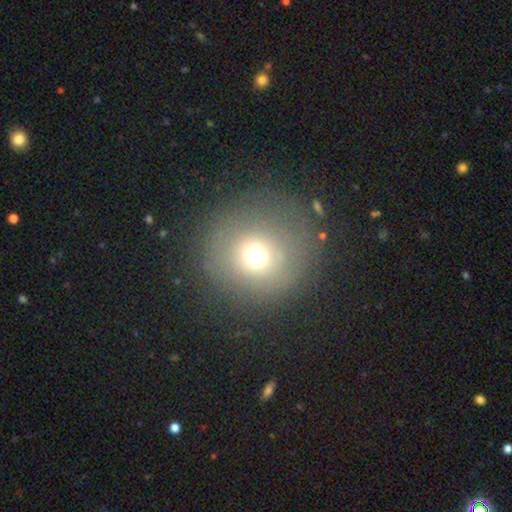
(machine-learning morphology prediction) Overall: smooth (67%). How rounded: round (90%). Merging: none (75%).